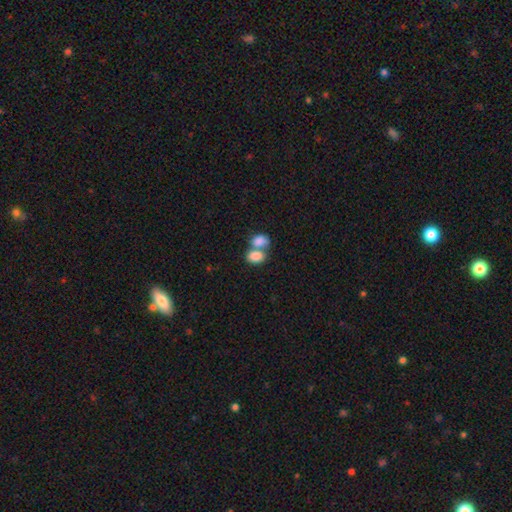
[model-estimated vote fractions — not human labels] Overall: smooth (83%). How rounded: in between (77%). Merging: merger (65%).